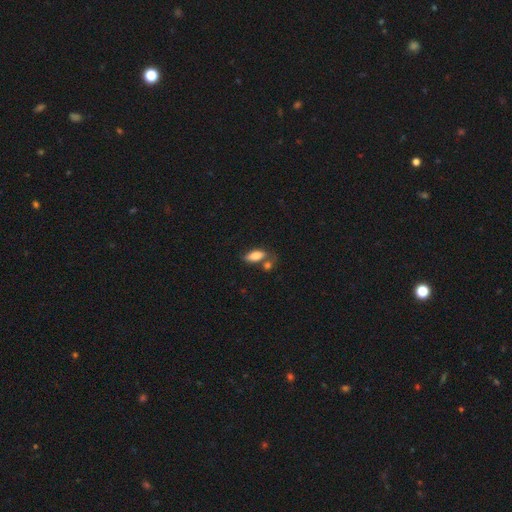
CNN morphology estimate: Smooth or featured?
  - smooth: 80% *
  - featured or disk: 13%
  - star or artifact: 7%
How rounded?
  - in between: 83% *
  - cigar-shaped: 14%
  - round: 3%
Merging?
  - none: 53% *
  - merger: 24%
  - minor disturbance: 17%
  - major disturbance: 6%